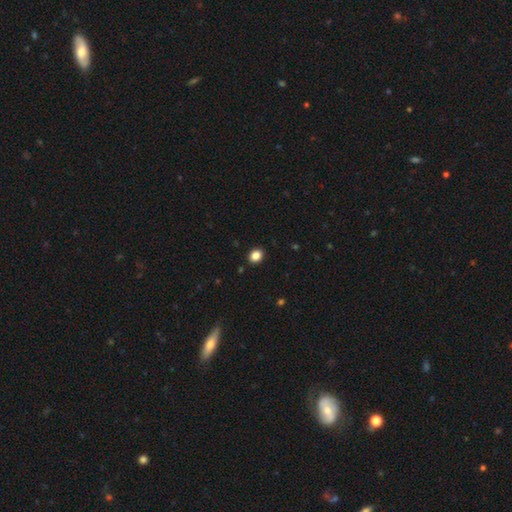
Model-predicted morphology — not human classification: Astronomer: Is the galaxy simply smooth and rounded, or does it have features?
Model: smooth — 85%.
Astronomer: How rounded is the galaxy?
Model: round — 57% (runner-up: in between, 42%).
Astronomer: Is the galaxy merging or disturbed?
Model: none — 91%.